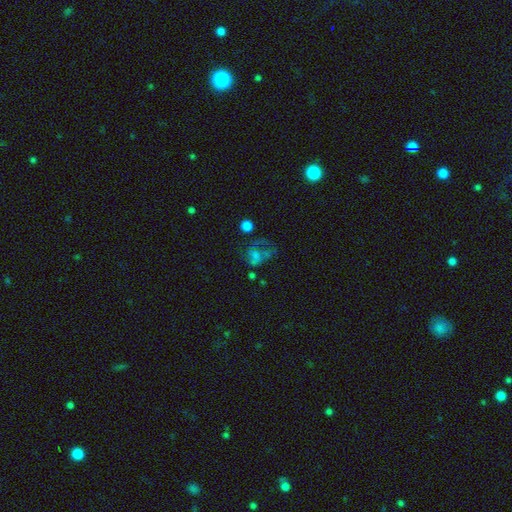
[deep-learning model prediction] smooth 47%, featured or disk 34%, star or artifact 20%. Down the decision tree: merging — major disturbance (45%).